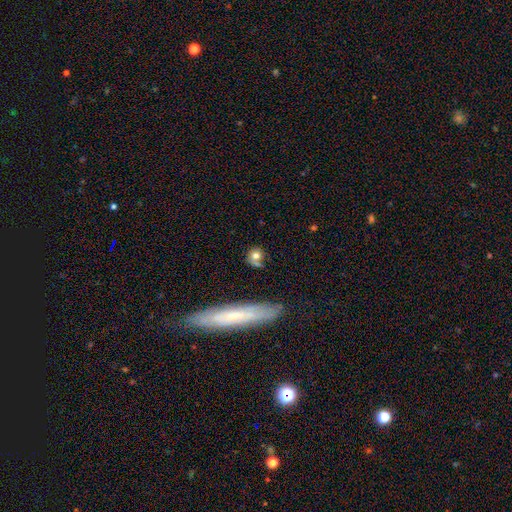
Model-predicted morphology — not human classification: A smooth galaxy with no disk features (74%) that is round (81%).

Vote fractions:
- Smooth or featured? smooth: 74% / featured or disk: 15% / star or artifact: 11%
- How rounded? round: 81% / in between: 16% / cigar-shaped: 4%
- Merging? none: 59% / minor disturbance: 18% / merger: 14% / major disturbance: 9%